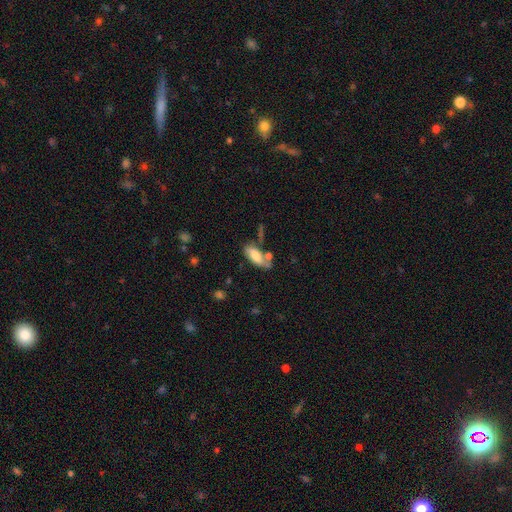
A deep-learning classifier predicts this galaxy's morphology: type=smooth (73%); roundness=in between (82%); merging=none (49%).